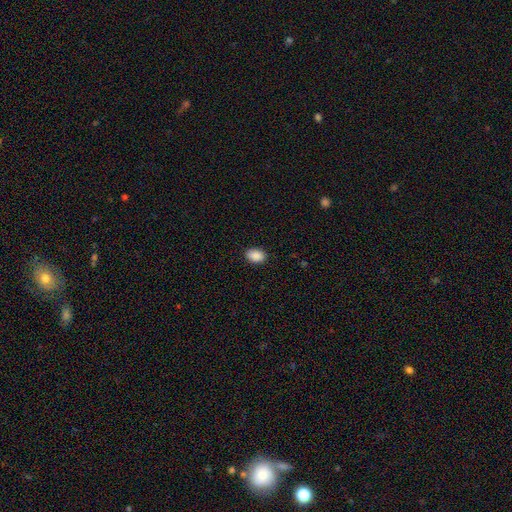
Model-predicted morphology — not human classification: smooth 90%, star or artifact 8%, featured or disk 3%. Down the decision tree: how rounded — in between (80%); merging — none (89%).